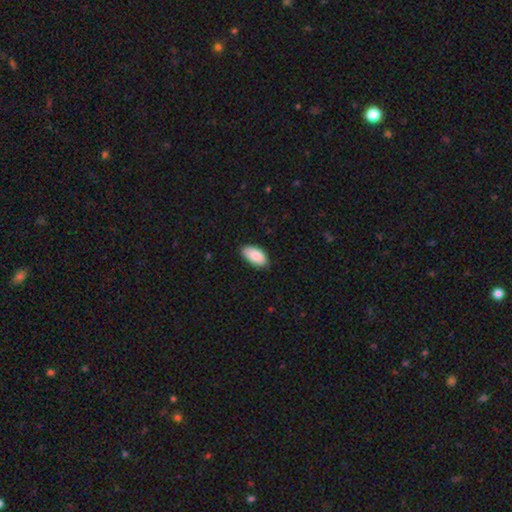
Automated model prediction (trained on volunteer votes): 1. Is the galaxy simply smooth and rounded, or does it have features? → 88% smooth, 6% star or artifact, 6% featured or disk.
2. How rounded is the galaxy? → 95% in between, 3% cigar-shaped, 2% round.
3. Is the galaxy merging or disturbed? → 81% none, 16% minor disturbance, 2% major disturbance, 1% merger.